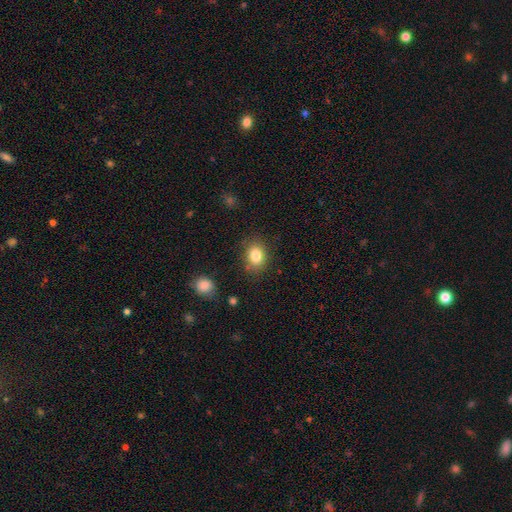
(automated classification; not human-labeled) Smooth or featured? Predicted: smooth (p=0.83). How rounded? Predicted: in between (p=0.60). Merging? Predicted: none (p=0.81).